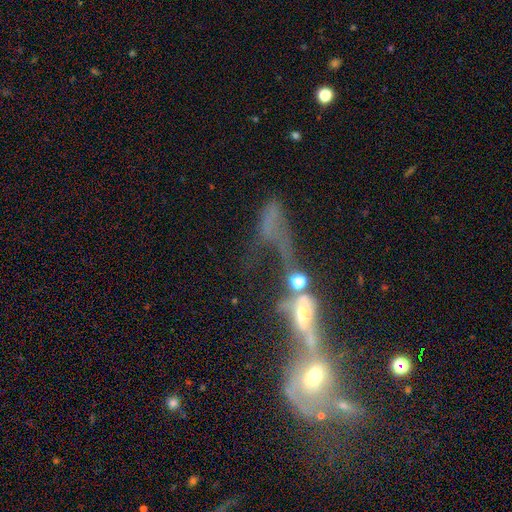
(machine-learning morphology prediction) The model was most divided on "smooth or featured": featured or disk: 55%, smooth: 26%, star or artifact: 20%. More confident: edge-on disk — no (83%); merging — merger (69%).